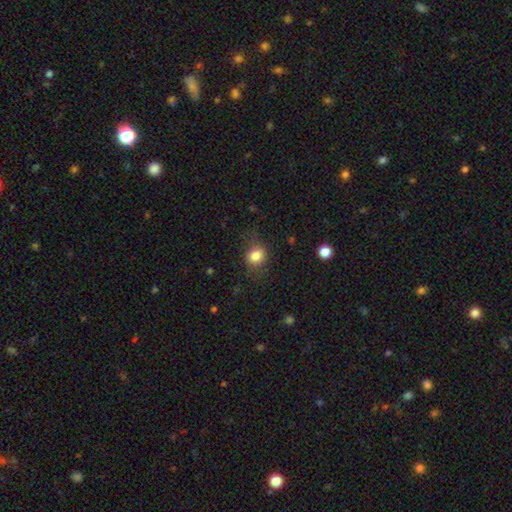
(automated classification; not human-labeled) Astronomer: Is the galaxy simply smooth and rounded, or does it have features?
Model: smooth — 82%.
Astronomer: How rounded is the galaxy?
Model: round — 66%.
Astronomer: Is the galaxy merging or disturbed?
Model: none — 75%.